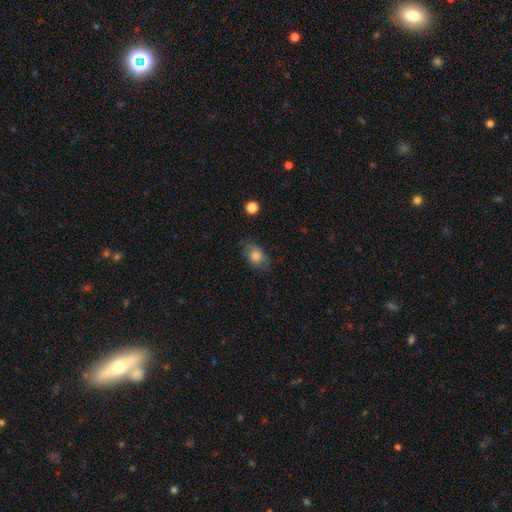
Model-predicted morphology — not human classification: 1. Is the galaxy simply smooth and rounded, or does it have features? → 73% smooth, 18% featured or disk, 9% star or artifact.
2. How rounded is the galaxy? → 77% in between, 21% round, 2% cigar-shaped.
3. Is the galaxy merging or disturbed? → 66% none, 24% minor disturbance, 9% major disturbance, 2% merger.